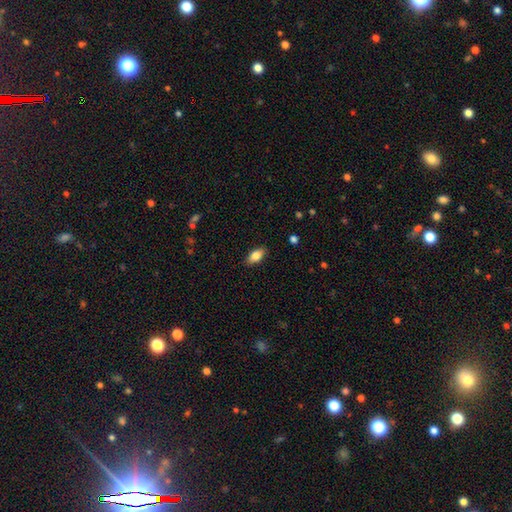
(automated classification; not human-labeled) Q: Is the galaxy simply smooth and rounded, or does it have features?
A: smooth — 82%.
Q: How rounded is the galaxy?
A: in between — 89%.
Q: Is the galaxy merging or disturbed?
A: none — 87%.